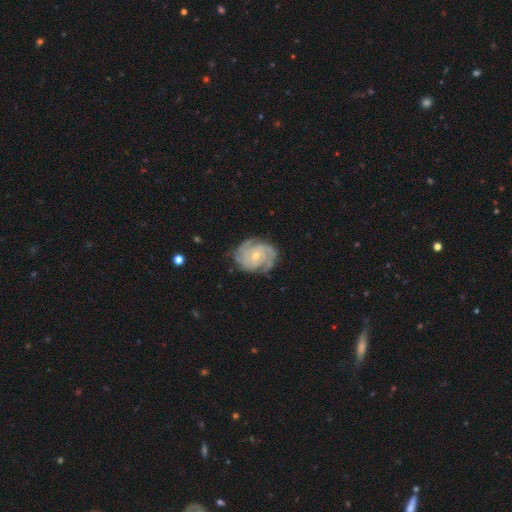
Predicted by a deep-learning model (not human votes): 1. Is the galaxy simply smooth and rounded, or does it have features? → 88% featured or disk, 7% smooth, 5% star or artifact.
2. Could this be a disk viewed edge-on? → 98% no, 2% yes.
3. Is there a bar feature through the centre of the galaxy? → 73% no, 22% weak, 5% strong.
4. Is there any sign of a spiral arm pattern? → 97% yes, 3% no.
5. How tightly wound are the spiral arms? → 74% tight, 22% medium, 4% loose.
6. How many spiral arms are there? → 25% 4, 24% 3, 23% can't tell, 12% 2, 9% more than 4, 7% 1.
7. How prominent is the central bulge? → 57% small, 40% moderate, 1% large, 1% none, 1% dominant.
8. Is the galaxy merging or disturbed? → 78% none, 16% minor disturbance, 5% major disturbance, 1% merger.